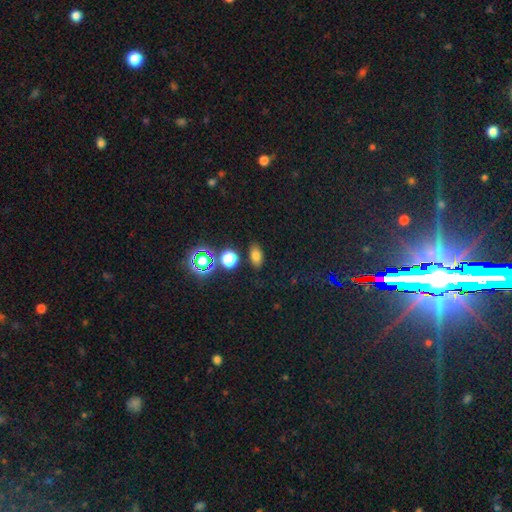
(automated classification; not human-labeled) Q: Smooth or featured?
A: smooth (72%); runner-up: star or artifact (19%)
Q: How rounded?
A: in between (83%); runner-up: round (14%)
Q: Merging?
A: none (83%); runner-up: minor disturbance (10%)